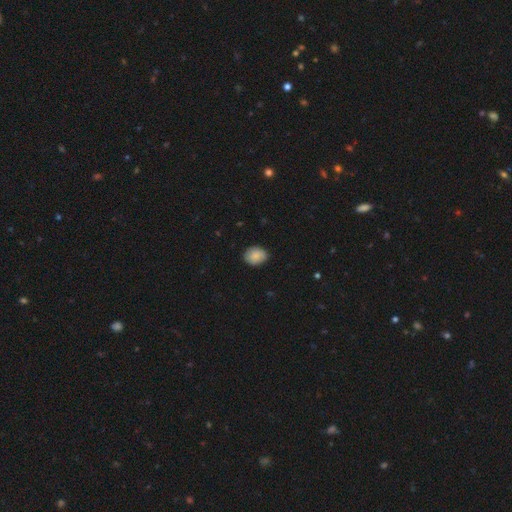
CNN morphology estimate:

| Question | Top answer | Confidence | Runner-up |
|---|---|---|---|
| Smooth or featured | smooth | 86% | star or artifact (7%) |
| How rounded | in between | 60% | round (39%) |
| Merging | none | 85% | minor disturbance (12%) |